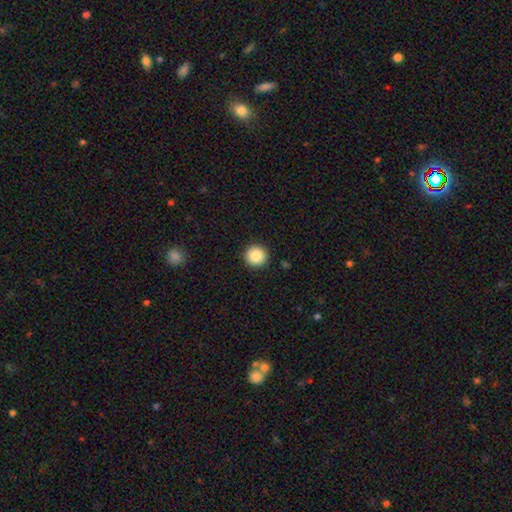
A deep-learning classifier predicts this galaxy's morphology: Smooth or featured: smooth — 87% (star or artifact — 9%)
How rounded: round — 95% (in between — 4%)
Merging: none — 92% (minor disturbance — 5%)